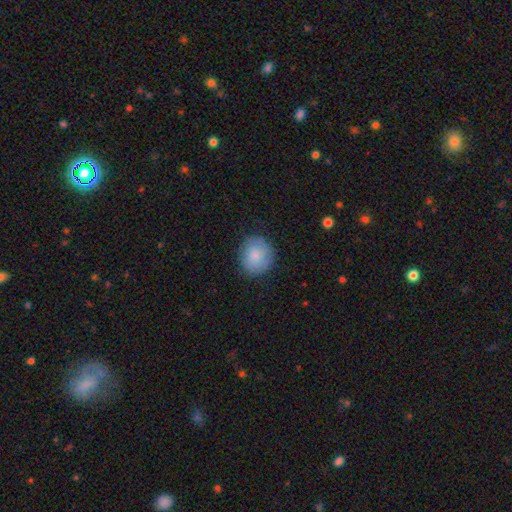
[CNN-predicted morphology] Overall: smooth (84%). How rounded: round (81%). Merging: none (83%).